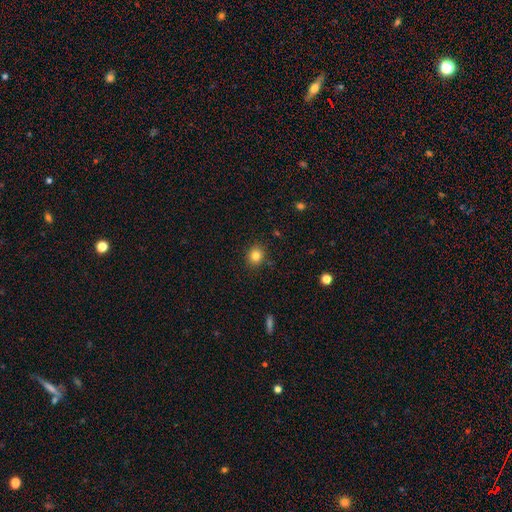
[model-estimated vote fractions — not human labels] A smooth galaxy with no disk features (83%) that is round (75%).

Vote fractions:
- Smooth or featured? smooth: 83% / star or artifact: 11% / featured or disk: 6%
- How rounded? round: 75% / in between: 24% / cigar-shaped: 1%
- Merging? none: 88% / minor disturbance: 8% / major disturbance: 2% / merger: 1%